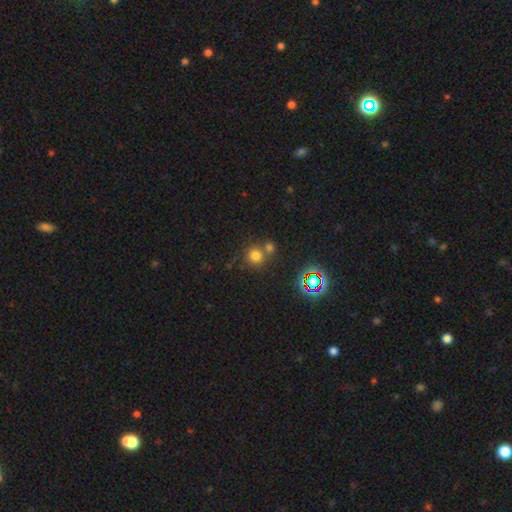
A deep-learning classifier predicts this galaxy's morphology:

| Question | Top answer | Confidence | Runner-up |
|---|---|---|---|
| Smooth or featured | smooth | 71% | star or artifact (21%) |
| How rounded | round | 90% | in between (9%) |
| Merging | none | 58% | merger (29%) |